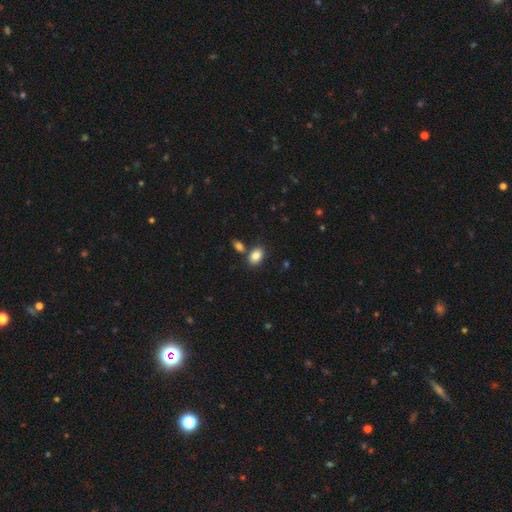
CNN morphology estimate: type=smooth (86%); roundness=in between (84%); merging=none (70%).